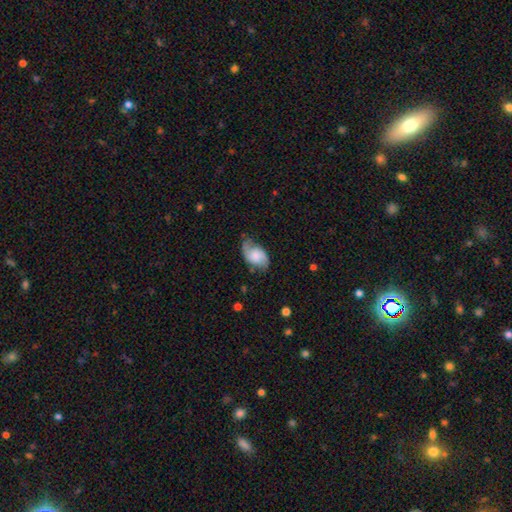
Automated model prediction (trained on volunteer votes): Overall: featured or disk (61%; smooth 32%). Edge-on disk: no (97%). Bar: no (60%; weak 34%). Spiral arms: yes (92%). Spiral arm count: 2 (85%). Spiral winding: medium (44%; loose 35%). Bulge size: moderate (32%; small 28%). Merging: none (62%; minor disturbance 27%).